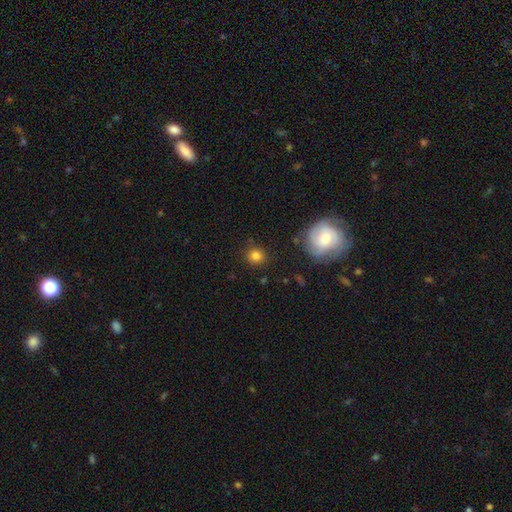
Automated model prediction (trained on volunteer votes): Smooth or featured? Predicted: smooth (p=0.82). How rounded? Predicted: round (p=0.86). Merging? Predicted: none (p=0.85).